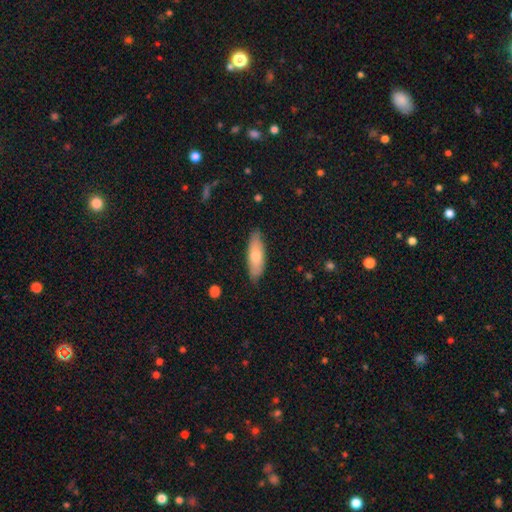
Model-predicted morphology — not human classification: smooth-or-featured: smooth: 65% | featured or disk: 29% | star or artifact: 6%
  how-rounded: in between: 55% | cigar-shaped: 43% | round: 2%
  merging: none: 86% | minor disturbance: 11% | major disturbance: 2% | merger: 1%